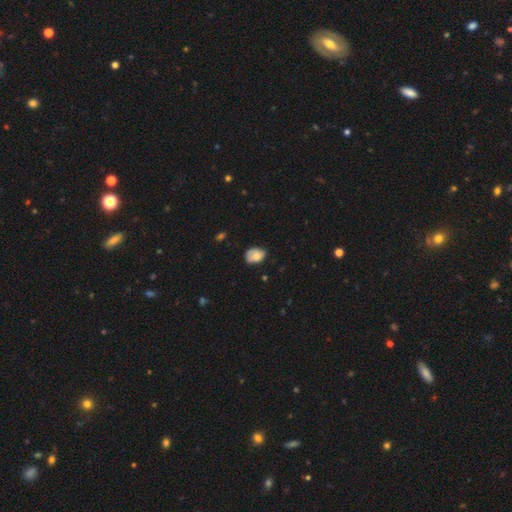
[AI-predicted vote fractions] Smooth or featured? Predicted: smooth (p=0.73). How rounded? Predicted: in between (p=0.69). Merging? Predicted: none (p=0.48).